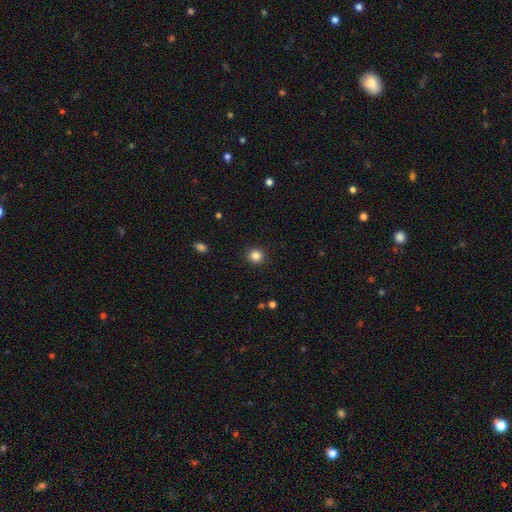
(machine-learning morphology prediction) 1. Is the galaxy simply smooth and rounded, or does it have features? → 85% smooth, 11% star or artifact, 4% featured or disk.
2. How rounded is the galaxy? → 92% round, 7% in between, 1% cigar-shaped.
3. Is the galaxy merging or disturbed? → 92% none, 5% minor disturbance, 2% major disturbance, 1% merger.